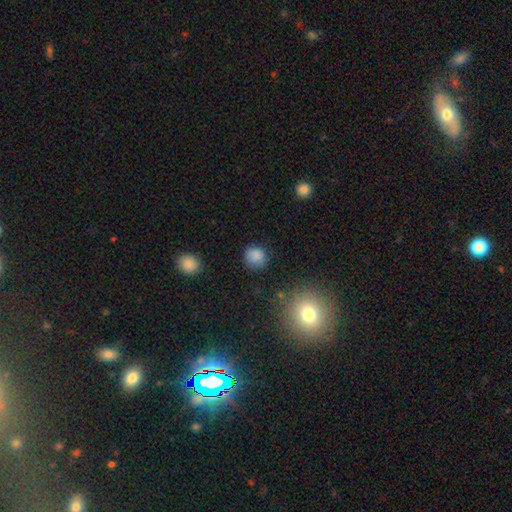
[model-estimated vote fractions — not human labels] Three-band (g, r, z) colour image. It shows a smooth galaxy with no disk features (84%) that is round (85%). Merging: none (81%).